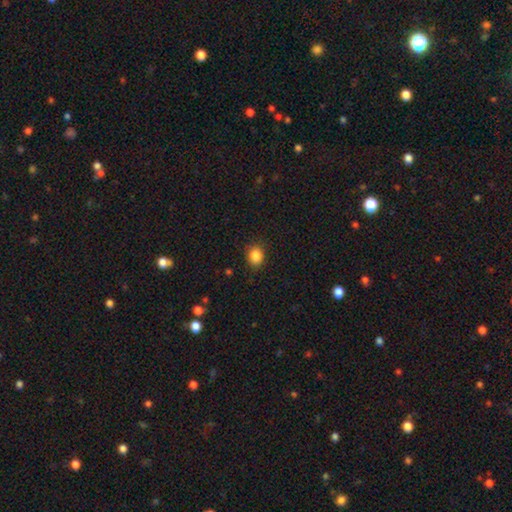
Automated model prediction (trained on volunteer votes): Q: Smooth or featured?
A: smooth (86%); runner-up: star or artifact (10%)
Q: How rounded?
A: round (55%); runner-up: in between (44%)
Q: Merging?
A: none (87%); runner-up: minor disturbance (9%)